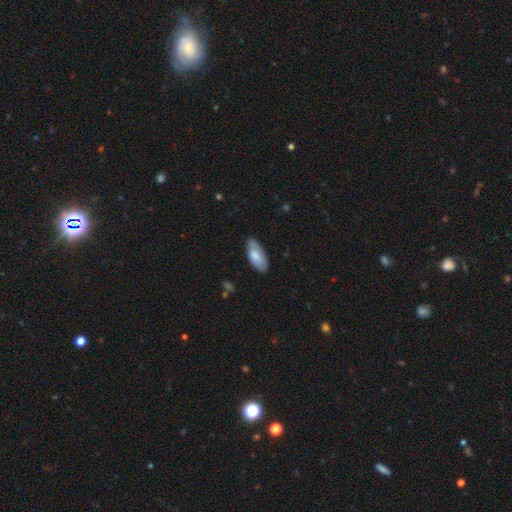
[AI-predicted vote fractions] This appears to be a smooth galaxy with no disk features (79%) that is in between round and cigar-shaped (85%). Merging: none (78%).